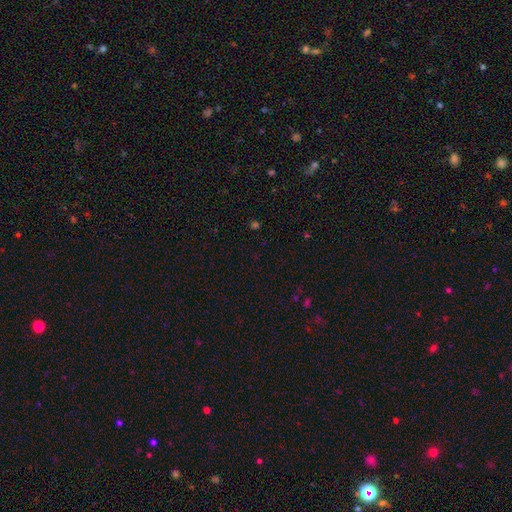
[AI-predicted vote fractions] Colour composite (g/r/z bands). It shows a star or artifact, not a galaxy (60%).